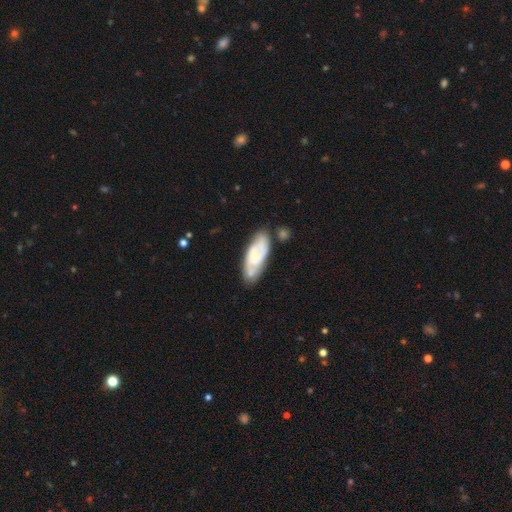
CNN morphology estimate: A featured or disk galaxy (55%).

Vote fractions:
- Smooth or featured? featured or disk: 55% / smooth: 39% / star or artifact: 6%
- Edge-on disk? no: 87% / yes: 13%
- Merging? none: 64% / minor disturbance: 21% / merger: 9% / major disturbance: 6%